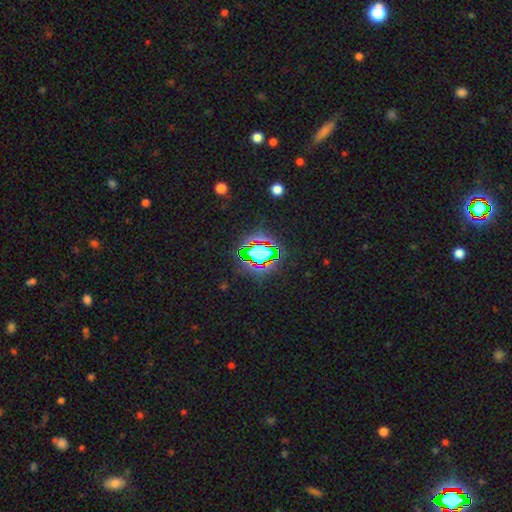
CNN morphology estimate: Q: Smooth or featured?
A: star or artifact (67%); runner-up: smooth (21%)